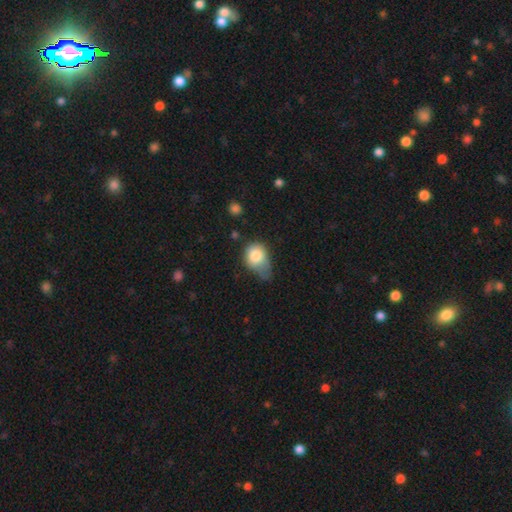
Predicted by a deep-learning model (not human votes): Overall: smooth (79%). How rounded: round (50%; in between 49%). Merging: minor disturbance (45%; major disturbance 30%).